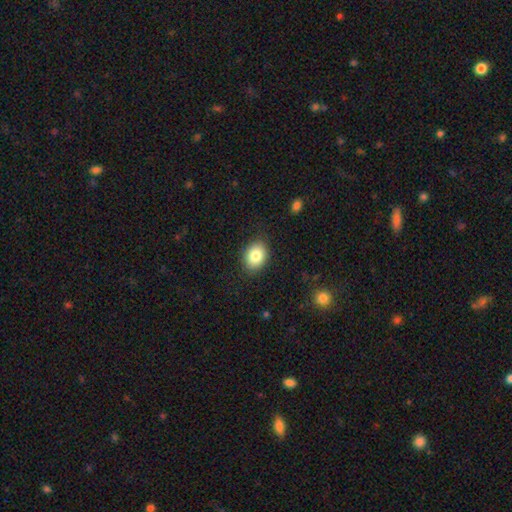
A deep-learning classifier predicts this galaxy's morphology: A smooth galaxy with no disk features (84%) that is in between round and cigar-shaped (65%).

Vote fractions:
- Smooth or featured? smooth: 84% / featured or disk: 8% / star or artifact: 8%
- How rounded? in between: 65% / round: 34% / cigar-shaped: 1%
- Merging? none: 86% / minor disturbance: 10% / major disturbance: 3% / merger: 1%